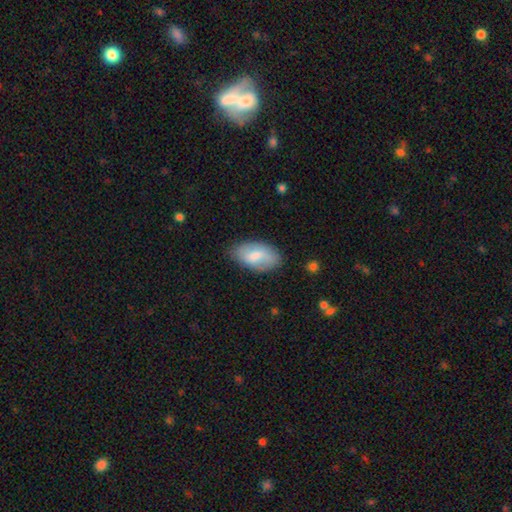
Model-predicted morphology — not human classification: smooth 70%, featured or disk 24%, star or artifact 6%. Down the decision tree: how rounded — in between (94%); merging — none (76%).